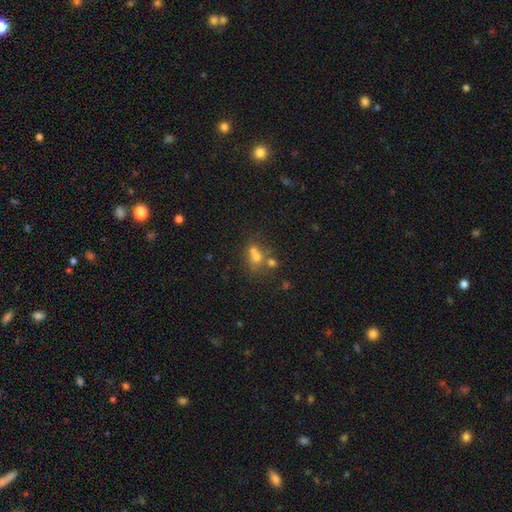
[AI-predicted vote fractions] Morphology: type=smooth (53%); roundness=round (66%); merging=merger (49%).